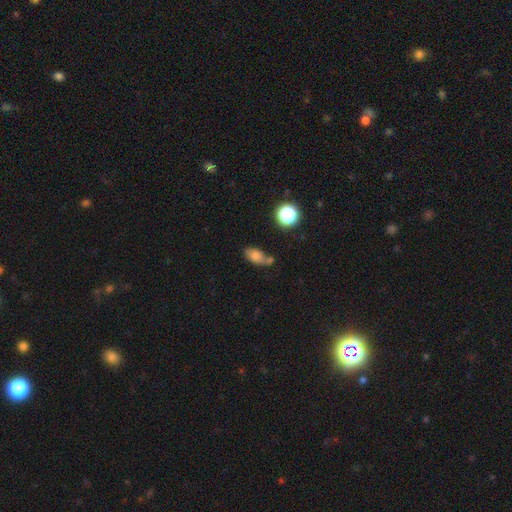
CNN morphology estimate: Smooth or featured: smooth — 72% (featured or disk — 16%)
How rounded: in between — 83% (round — 12%)
Merging: none — 48% (minor disturbance — 23%)